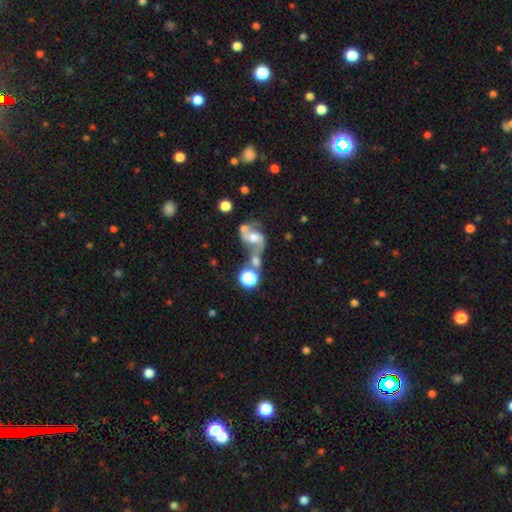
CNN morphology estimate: featured or disk 56%, smooth 23%, star or artifact 21%. Down the decision tree: edge-on disk — no (93%); bar — no (55%); spiral arms — yes (72%); bulge size — moderate (48%); merging — merger (40%).